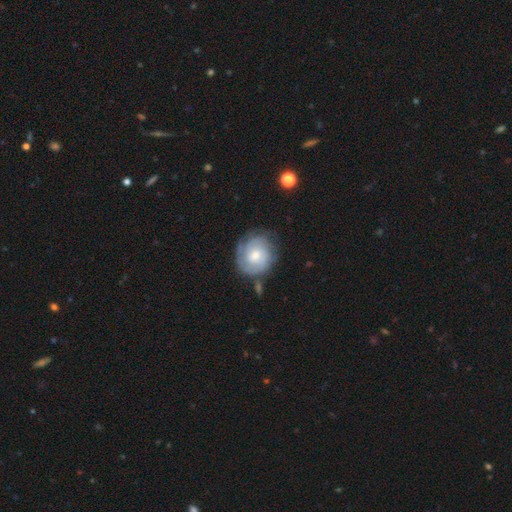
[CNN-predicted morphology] smooth-or-featured: featured or disk: 65% | smooth: 29% | star or artifact: 6%
  disk-edge-on: no: 98% | yes: 2%
    bar: no: 70% | weak: 26% | strong: 4%
    has-spiral-arms: yes: 87% | no: 13%
      spiral-winding: tight: 69% | medium: 24% | loose: 8%
      spiral-arm-count: can't tell: 43% | 2: 24% | 3: 17% | 4: 6% | 1: 6% | more than 4: 4%
    bulge-size: moderate: 49% | small: 44% | large: 5% | none: 2% | dominant: 1%
  merging: none: 68% | minor disturbance: 20% | major disturbance: 8% | merger: 4%